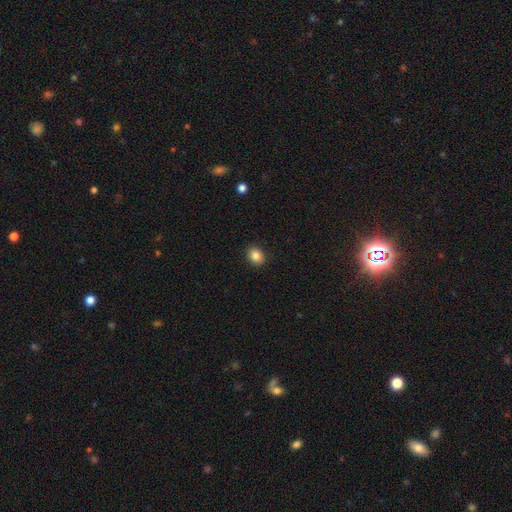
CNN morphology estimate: Q: Smooth or featured?
A: smooth (85%); runner-up: star or artifact (10%)
Q: How rounded?
A: round (57%); runner-up: in between (42%)
Q: Merging?
A: none (91%); runner-up: minor disturbance (6%)